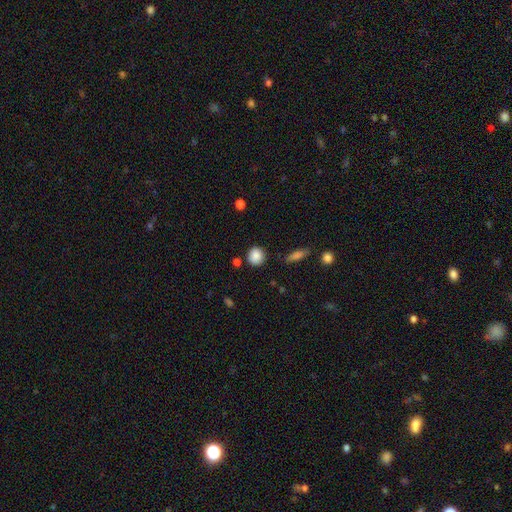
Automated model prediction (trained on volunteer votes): Smooth or featured? Predicted: smooth (p=0.87). How rounded? Predicted: round (p=0.87). Merging? Predicted: none (p=0.83).